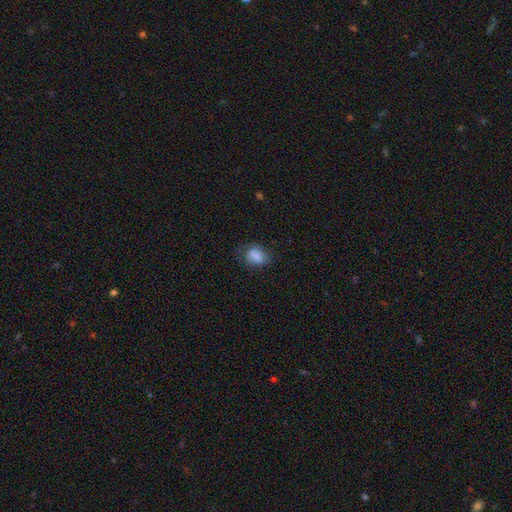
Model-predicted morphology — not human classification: Smooth or featured? smooth (80%)
How rounded? in between (75%)
Merging? none (58%)